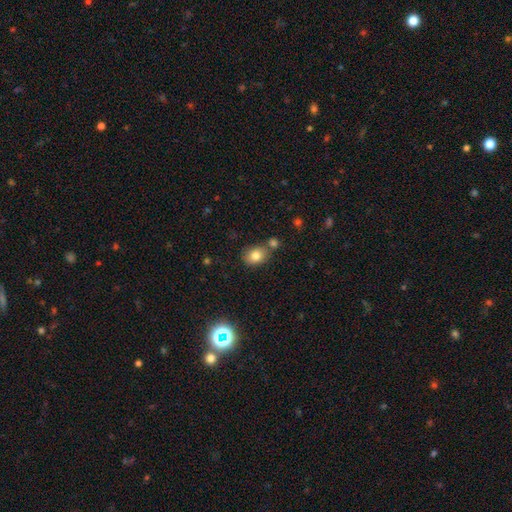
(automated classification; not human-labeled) Morphology: type=smooth (80%); roundness=in between (53%); merging=none (66%).